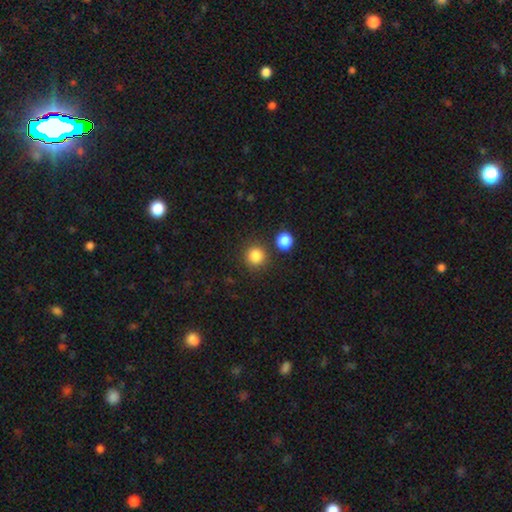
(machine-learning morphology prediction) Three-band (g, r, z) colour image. It shows a smooth galaxy with no disk features (85%) that is round (93%). Merging: none (85%).